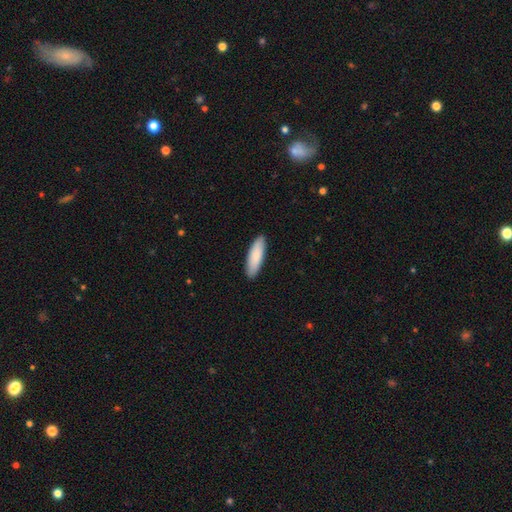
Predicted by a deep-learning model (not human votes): smooth-or-featured: smooth: 88% | featured or disk: 7% | star or artifact: 5%
  how-rounded: cigar-shaped: 55% | in between: 44% | round: 1%
  merging: none: 91% | minor disturbance: 7% | major disturbance: 1% | merger: 1%